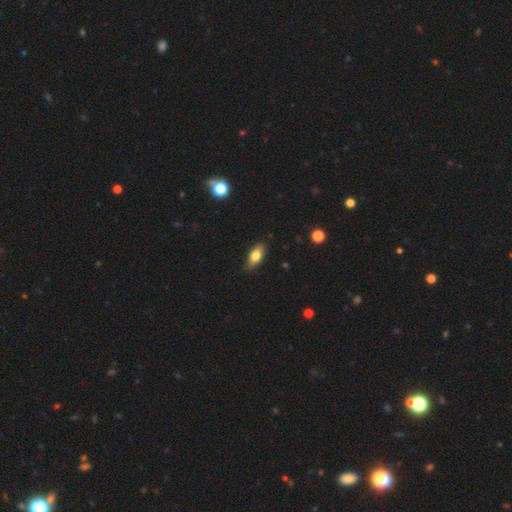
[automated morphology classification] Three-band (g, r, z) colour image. It shows a smooth galaxy with no disk features (73%) that is in between round and cigar-shaped (83%). Merging: none (77%).